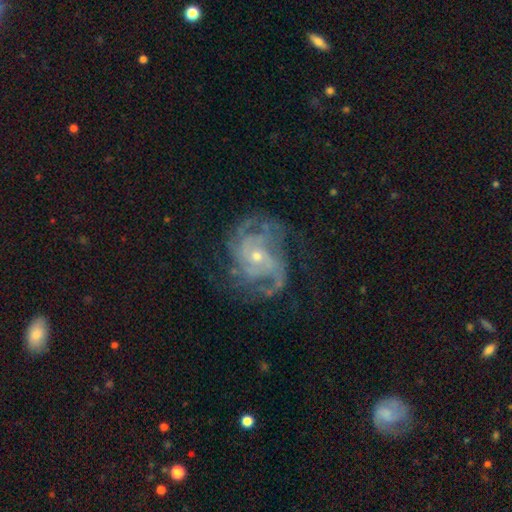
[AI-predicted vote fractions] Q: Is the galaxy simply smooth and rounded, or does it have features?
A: featured or disk — 87%.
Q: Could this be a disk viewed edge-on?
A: no — 98%.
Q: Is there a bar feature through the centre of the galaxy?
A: no — 72%.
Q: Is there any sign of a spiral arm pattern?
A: yes — 94%.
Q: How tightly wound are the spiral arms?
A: medium — 43%.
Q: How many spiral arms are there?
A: can't tell — 27%.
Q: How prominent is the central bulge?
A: small — 64%.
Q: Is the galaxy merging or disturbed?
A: none — 62%.